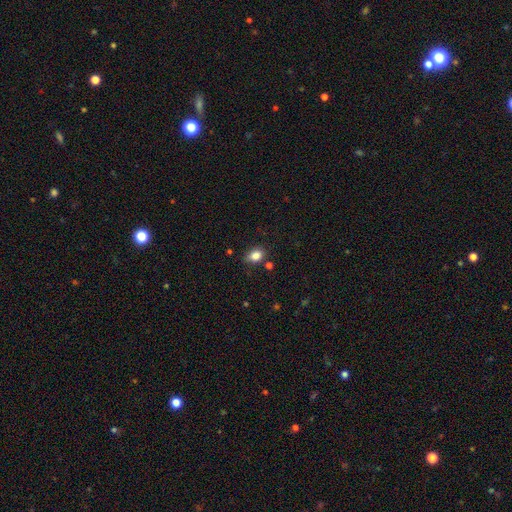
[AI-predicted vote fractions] smooth 84%, star or artifact 10%, featured or disk 6%. Down the decision tree: how rounded — in between (69%); merging — none (76%).